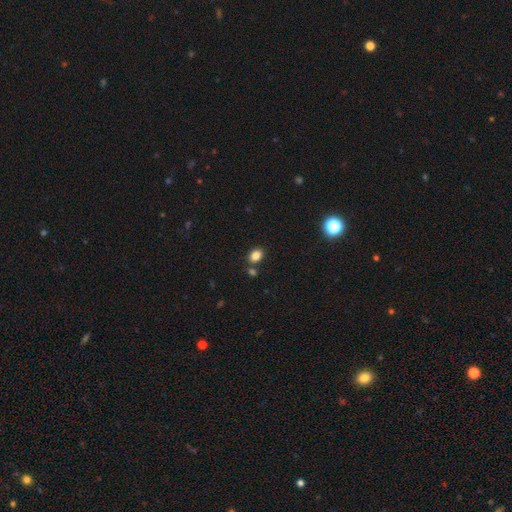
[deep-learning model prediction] This appears to be a smooth galaxy with no disk features (84%) that is in between round and cigar-shaped (75%). Merging: none (75%).